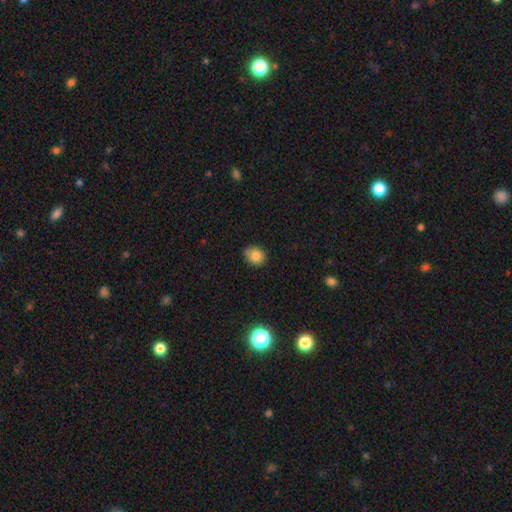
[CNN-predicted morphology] A smooth galaxy with no disk features (83%) that is round (61%).

Vote fractions:
- Smooth or featured? smooth: 83% / star or artifact: 10% / featured or disk: 6%
- How rounded? round: 61% / in between: 38% / cigar-shaped: 1%
- Merging? none: 70% / minor disturbance: 24% / major disturbance: 4% / merger: 2%